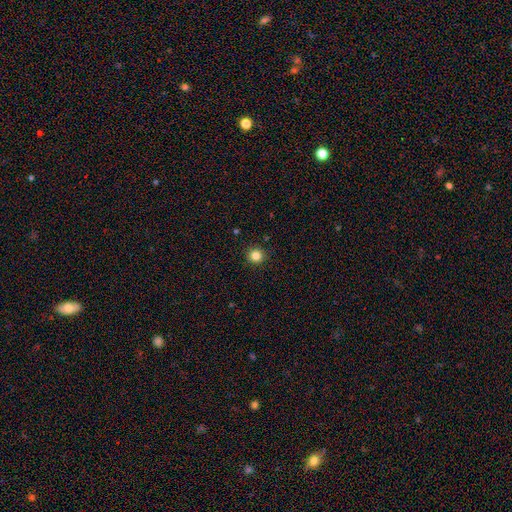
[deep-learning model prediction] This is clearly a smooth galaxy (83%). How rounded: clearly round (94%). Merging: clearly none (93%).